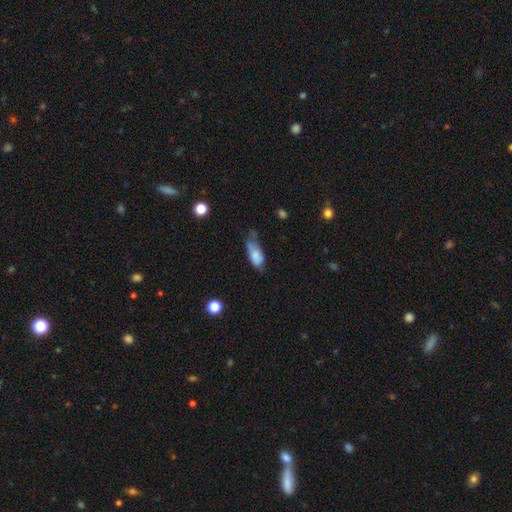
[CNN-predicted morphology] Overall: smooth (74%). How rounded: in between (83%). Merging: minor disturbance (42%; none 31%).